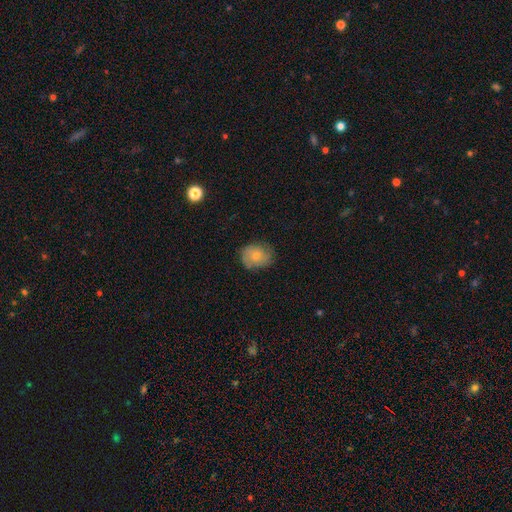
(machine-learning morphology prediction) Smooth or featured? smooth (65%)
How rounded? round (57%)
Merging? none (72%)